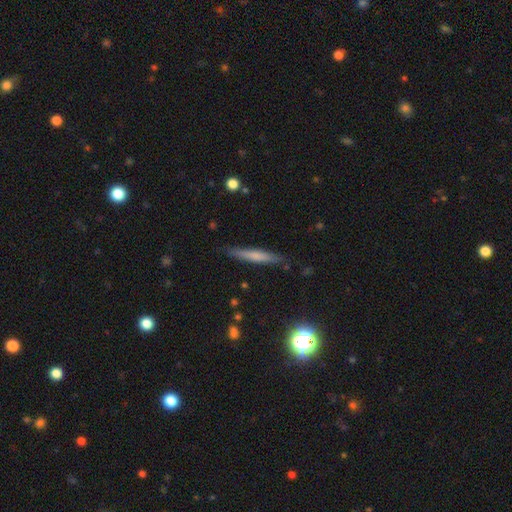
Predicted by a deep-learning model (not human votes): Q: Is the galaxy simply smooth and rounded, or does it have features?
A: smooth — 63%.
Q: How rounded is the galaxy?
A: cigar-shaped — 94%.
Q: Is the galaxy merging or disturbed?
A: none — 86%.